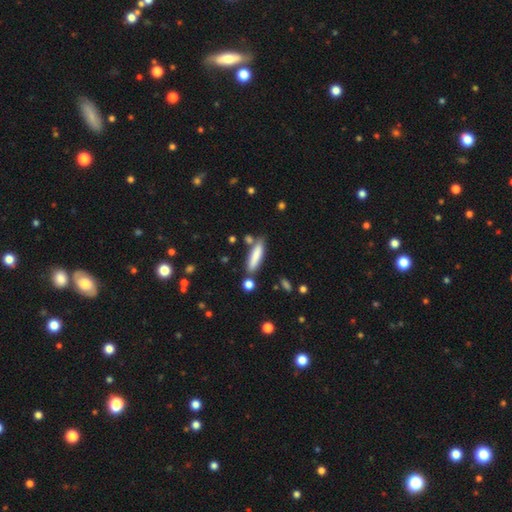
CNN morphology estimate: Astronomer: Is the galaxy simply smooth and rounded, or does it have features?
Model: smooth — 80%.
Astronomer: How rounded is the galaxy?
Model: cigar-shaped — 75%.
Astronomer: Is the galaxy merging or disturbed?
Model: none — 74%.